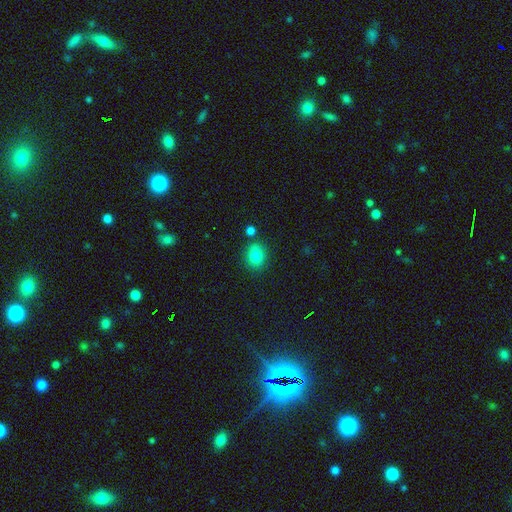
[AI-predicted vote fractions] Smooth or featured: smooth — 83% (star or artifact — 10%)
How rounded: round — 58% (in between — 41%)
Merging: none — 76% (minor disturbance — 12%)